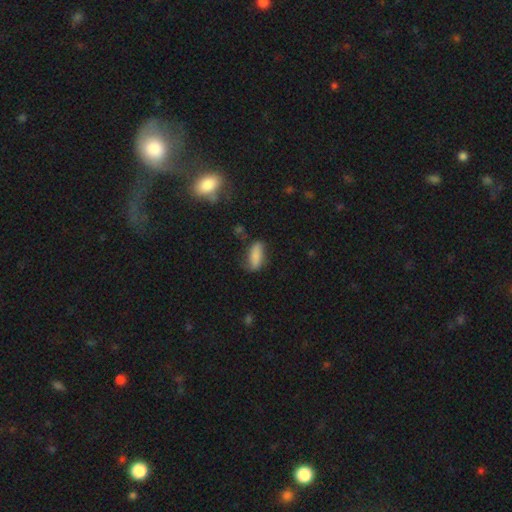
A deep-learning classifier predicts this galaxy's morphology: type=smooth (75%); roundness=in between (72%); merging=none (58%).